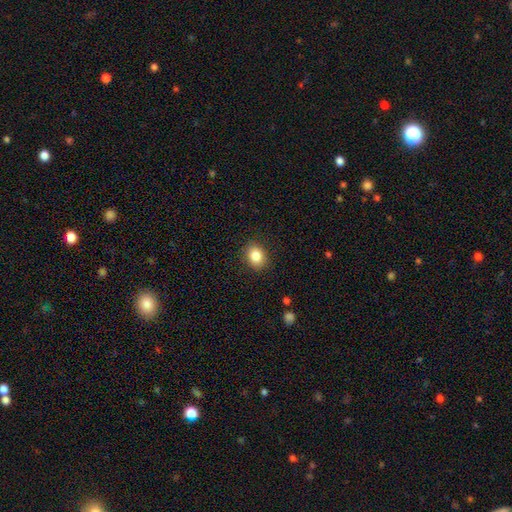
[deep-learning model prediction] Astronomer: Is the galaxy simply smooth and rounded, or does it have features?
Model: smooth — 85%.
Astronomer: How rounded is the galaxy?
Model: in between — 58% (runner-up: round, 41%).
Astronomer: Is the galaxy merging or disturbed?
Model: none — 89%.